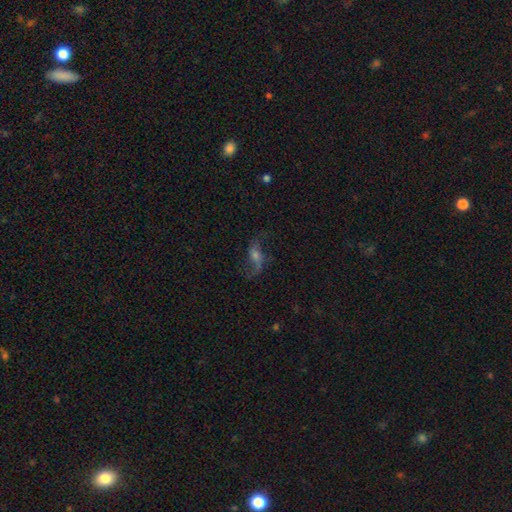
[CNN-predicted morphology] Smooth or featured?
  - featured or disk: 75% *
  - smooth: 14%
  - star or artifact: 11%
Edge-on disk?
  - no: 92% *
  - yes: 8%
Bar?
  - no: 48% *
  - weak: 37%
  - strong: 15%
Spiral arms?
  - yes: 93% *
  - no: 7%
Spiral winding?
  - loose: 85% *
  - medium: 12%
  - tight: 3%
Spiral arm count?
  - 2: 89% *
  - 1: 5%
  - can't tell: 3%
  - 3: 1%
  - 4: 1%
  - more than 4: 1%
Bulge size?
  - small: 45% *
  - moderate: 39%
  - none: 8%
  - large: 5%
  - dominant: 2%
Merging?
  - none: 69% *
  - minor disturbance: 16%
  - major disturbance: 13%
  - merger: 2%